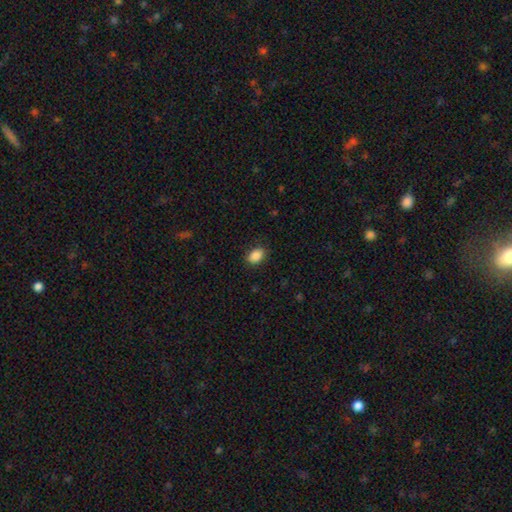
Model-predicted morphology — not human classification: The model was most divided on "how rounded": in between: 79%, round: 20%, cigar-shaped: 1%. More confident: smooth or featured — smooth (88%); merging — none (87%).